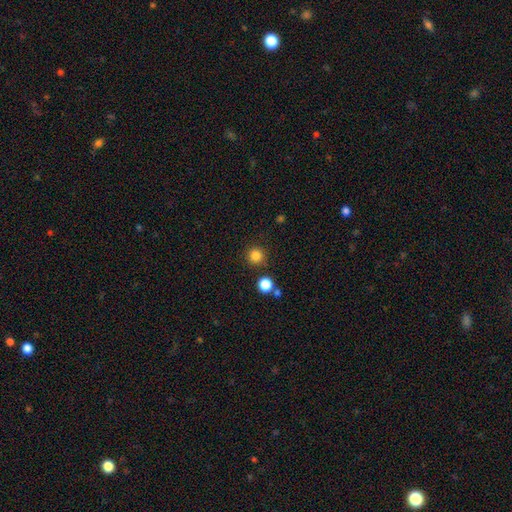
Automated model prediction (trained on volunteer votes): The model was most divided on "smooth or featured": smooth: 84%, star or artifact: 13%, featured or disk: 4%. More confident: how rounded — round (94%); merging — none (87%).